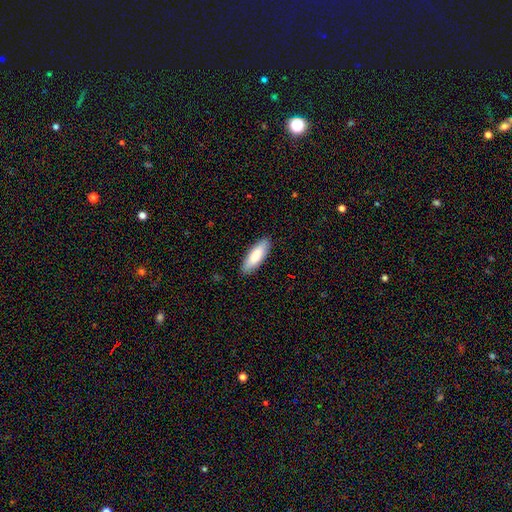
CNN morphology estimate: The model was most divided on "how rounded": in between: 55%, cigar-shaped: 44%, round: 2%. More confident: merging — none (89%); smooth or featured — smooth (79%).